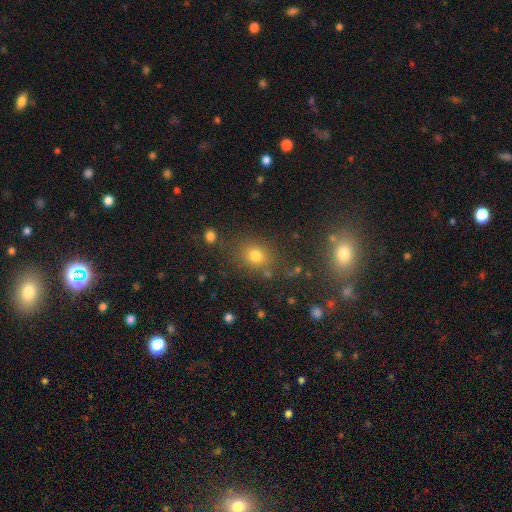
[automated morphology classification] A smooth galaxy with no disk features (72%) that is round (65%).

Vote fractions:
- Smooth or featured? smooth: 72% / star or artifact: 19% / featured or disk: 8%
- How rounded? round: 65% / in between: 34% / cigar-shaped: 1%
- Merging? none: 79% / minor disturbance: 11% / merger: 6% / major disturbance: 4%